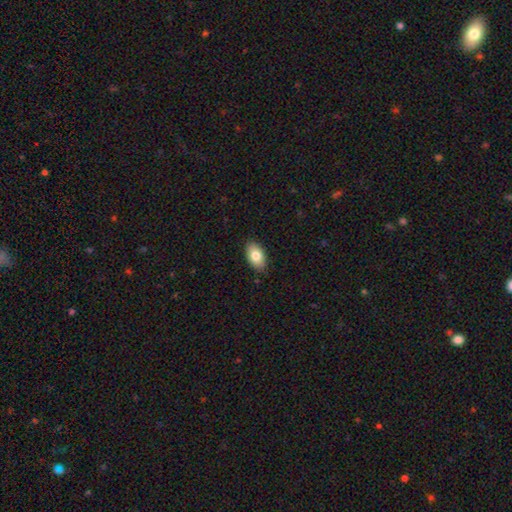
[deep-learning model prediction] Smooth or featured? smooth (80%)
How rounded? in between (93%)
Merging? none (88%)